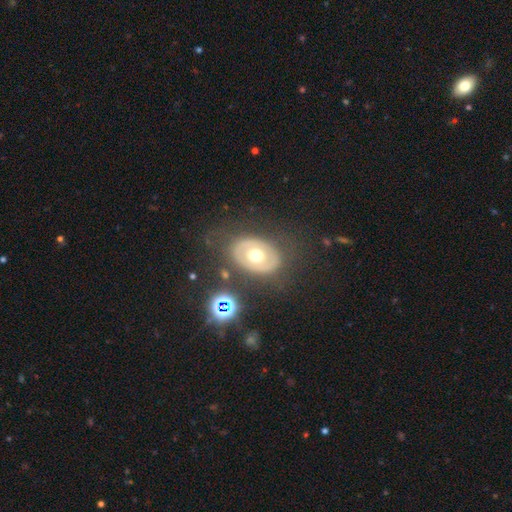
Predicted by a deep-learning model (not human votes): Smooth or featured? featured or disk (49%)
Merging? none (76%)